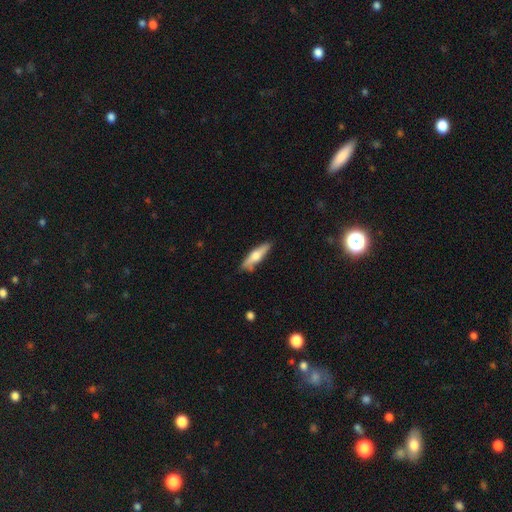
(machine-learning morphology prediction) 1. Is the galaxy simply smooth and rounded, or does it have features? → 53% smooth, 41% featured or disk, 5% star or artifact.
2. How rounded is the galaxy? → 71% cigar-shaped, 27% in between, 2% round.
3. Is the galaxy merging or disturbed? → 79% none, 16% minor disturbance, 3% major disturbance, 2% merger.